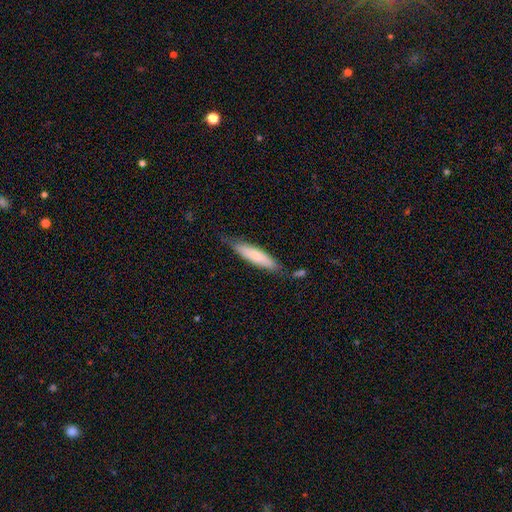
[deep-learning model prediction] This appears to be a smooth galaxy with no disk features (75%) that is cigar-shaped (80%). Merging: none (72%).